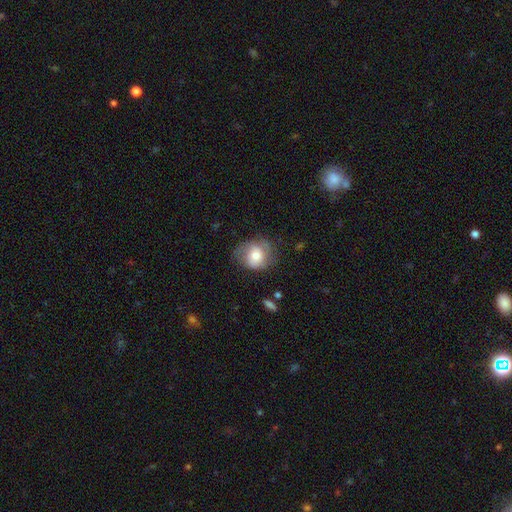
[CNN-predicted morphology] A smooth galaxy with no disk features (61%) that is round (69%). Merging: none (60%).